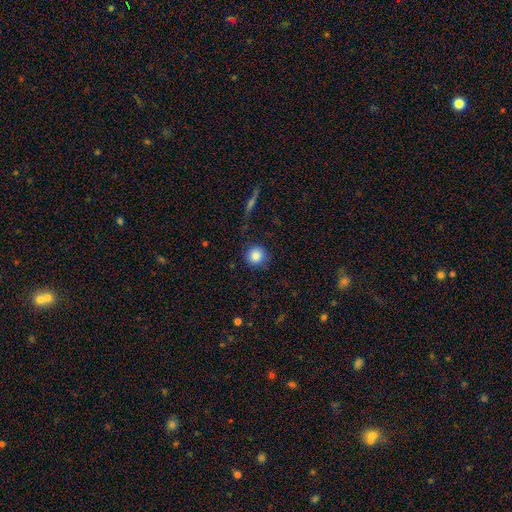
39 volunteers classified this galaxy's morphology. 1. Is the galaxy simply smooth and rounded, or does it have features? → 82% smooth, 10% star or artifact, 8% featured or disk.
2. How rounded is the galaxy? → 88% round, 12% in between, 0% cigar-shaped.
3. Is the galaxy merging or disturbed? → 86% none, 9% merger, 3% minor disturbance, 3% major disturbance.